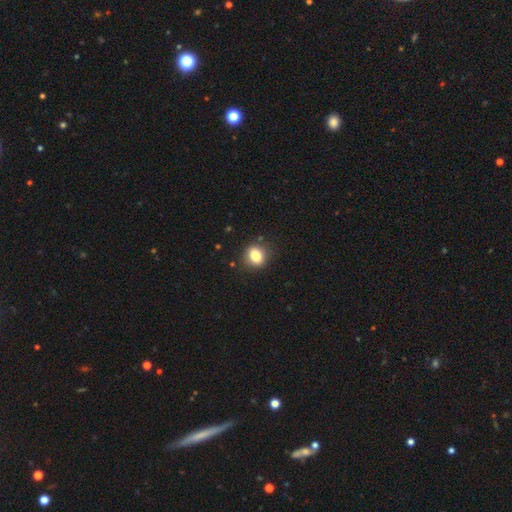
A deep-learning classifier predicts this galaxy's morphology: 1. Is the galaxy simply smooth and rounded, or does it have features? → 81% smooth, 10% star or artifact, 9% featured or disk.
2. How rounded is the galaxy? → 58% round, 40% in between, 1% cigar-shaped.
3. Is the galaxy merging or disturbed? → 85% none, 11% minor disturbance, 3% major disturbance, 1% merger.